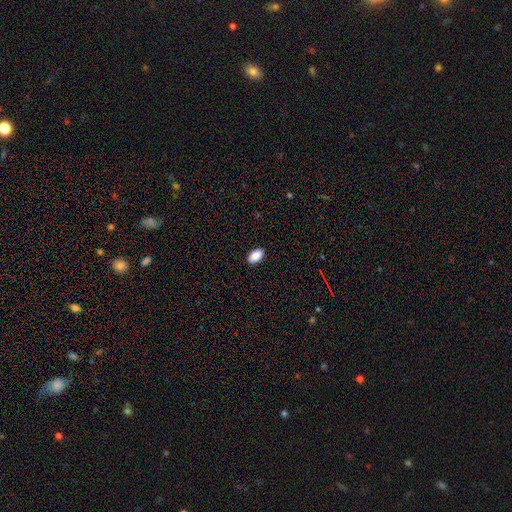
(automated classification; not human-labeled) This appears to be a smooth galaxy with no disk features (89%) that is in between round and cigar-shaped (93%). Merging: none (90%).